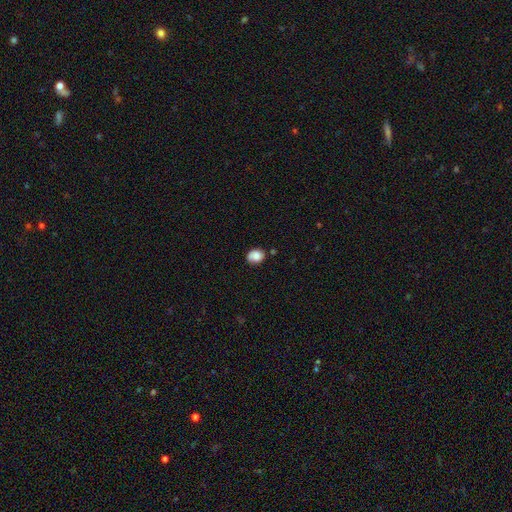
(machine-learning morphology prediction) smooth 81%, featured or disk 10%, star or artifact 9%. Down the decision tree: how rounded — round (52%); merging — none (65%).